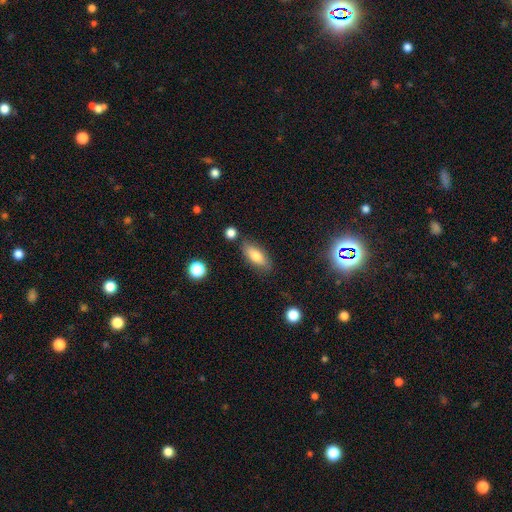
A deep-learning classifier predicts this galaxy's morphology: Smooth or featured? smooth (75%)
How rounded? in between (77%)
Merging? none (79%)